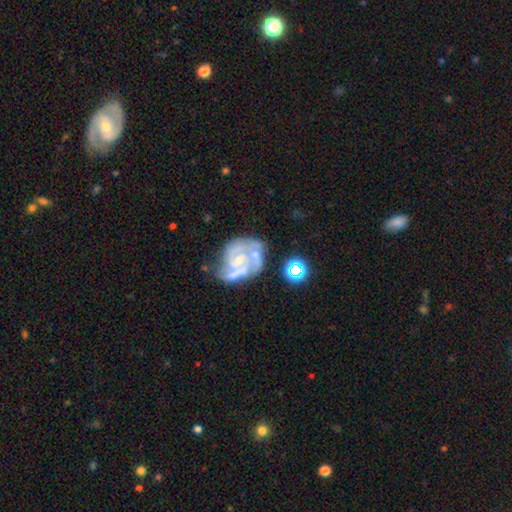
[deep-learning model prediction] A featured or disk galaxy (83%) with no bar (56%), 2 (44%) medium (44%) spiral arms (91%) and a small central bulge (56%).

Vote fractions:
- Smooth or featured? featured or disk: 83% / smooth: 10% / star or artifact: 7%
- Edge-on disk? no: 98% / yes: 2%
- Bar? no: 56% / weak: 35% / strong: 9%
- Spiral arms? yes: 91% / no: 9%
- Spiral winding? medium: 44% / tight: 43% / loose: 12%
- Spiral arm count? 2: 44% / 3: 26% / can't tell: 18% / 1: 5% / 4: 4% / more than 4: 3%
- Bulge size? small: 56% / moderate: 32% / none: 9% / large: 2% / dominant: 1%
- Merging? none: 37% / merger: 22% / minor disturbance: 22% / major disturbance: 19%